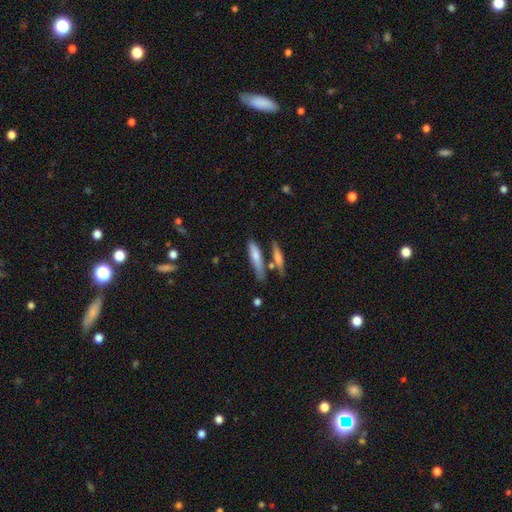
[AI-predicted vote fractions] smooth-or-featured: smooth: 69% | featured or disk: 24% | star or artifact: 6%
  how-rounded: cigar-shaped: 75% | in between: 23% | round: 2%
  merging: none: 62% | merger: 18% | minor disturbance: 16% | major disturbance: 5%